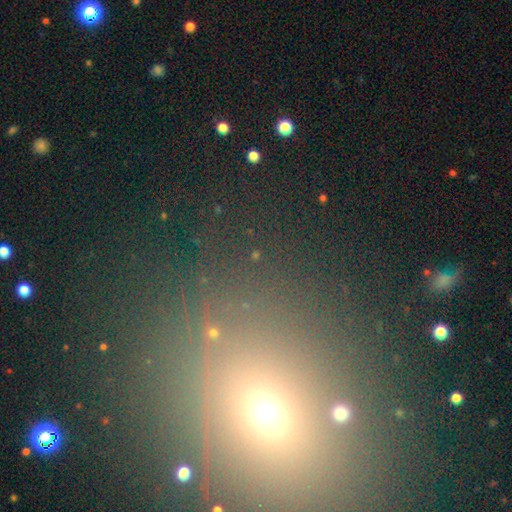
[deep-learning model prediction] A star or artifact, not a galaxy (54%).

Vote fractions:
- Smooth or featured? star or artifact: 54% / smooth: 34% / featured or disk: 11%